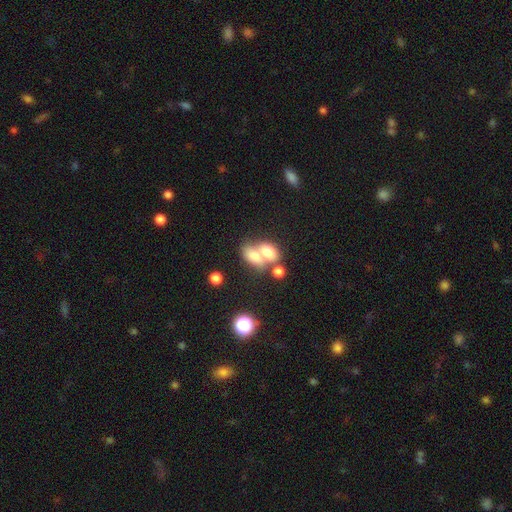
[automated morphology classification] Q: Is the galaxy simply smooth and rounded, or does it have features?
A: smooth — 71%.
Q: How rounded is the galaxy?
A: in between — 80%.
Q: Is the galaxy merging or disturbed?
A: merger — 67%.